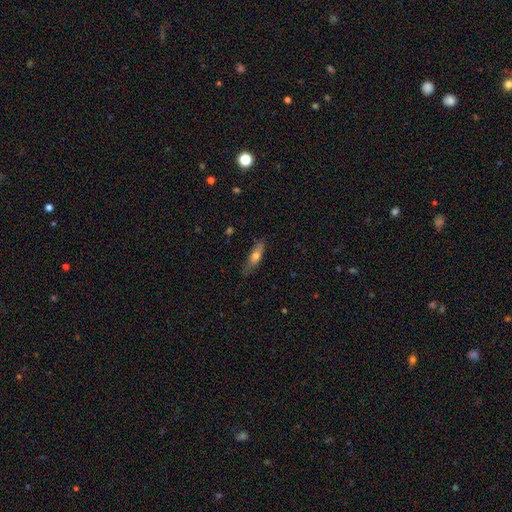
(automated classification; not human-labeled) A smooth galaxy with no disk features (62%) that is cigar-shaped (60%).

Vote fractions:
- Smooth or featured? smooth: 62% / featured or disk: 31% / star or artifact: 7%
- How rounded? cigar-shaped: 60% / in between: 38% / round: 2%
- Merging? none: 77% / minor disturbance: 18% / major disturbance: 3% / merger: 1%